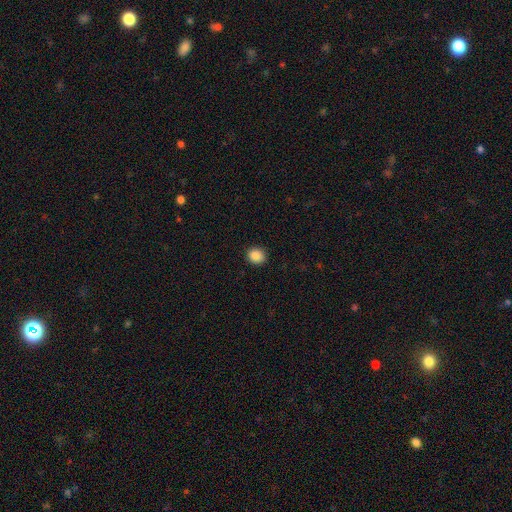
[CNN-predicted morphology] A smooth galaxy with no disk features (88%) that is round (79%).

Vote fractions:
- Smooth or featured? smooth: 88% / star or artifact: 9% / featured or disk: 3%
- How rounded? round: 79% / in between: 20% / cigar-shaped: 1%
- Merging? none: 91% / minor disturbance: 7% / major disturbance: 2% / merger: 1%